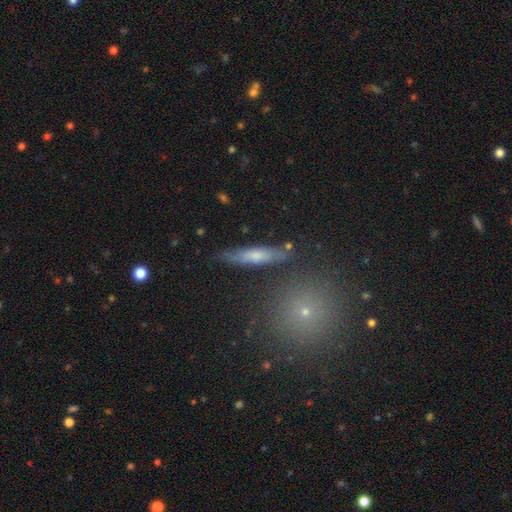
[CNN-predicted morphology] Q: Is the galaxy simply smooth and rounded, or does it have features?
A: smooth — 54%.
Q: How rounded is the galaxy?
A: cigar-shaped — 80%.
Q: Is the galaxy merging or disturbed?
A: none — 76%.